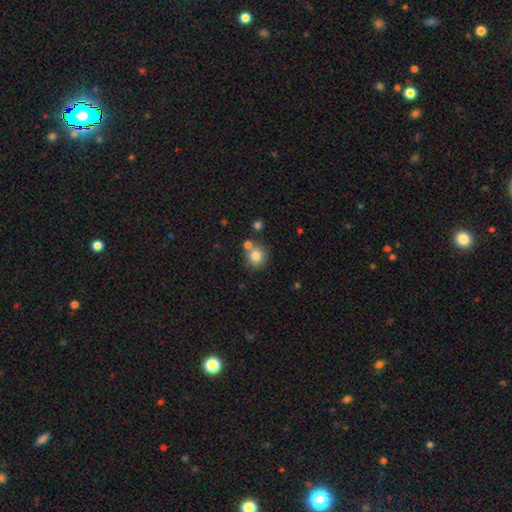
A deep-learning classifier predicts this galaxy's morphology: Smooth or featured?
  - smooth: 81% *
  - star or artifact: 11%
  - featured or disk: 8%
How rounded?
  - round: 91% *
  - in between: 9%
  - cigar-shaped: 1%
Merging?
  - none: 70% *
  - merger: 18%
  - minor disturbance: 9%
  - major disturbance: 3%